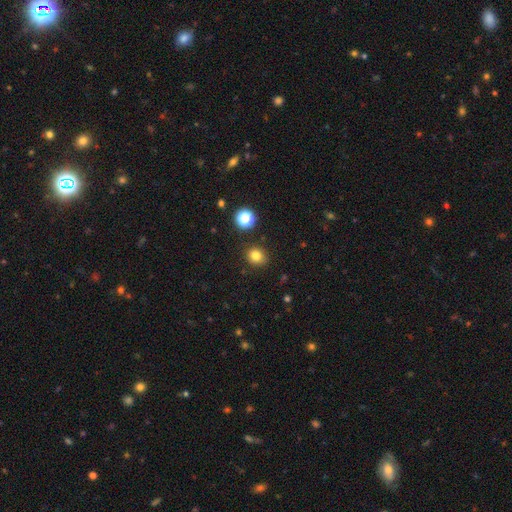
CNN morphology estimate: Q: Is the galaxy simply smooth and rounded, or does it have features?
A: smooth — 80%.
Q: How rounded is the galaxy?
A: round — 73%.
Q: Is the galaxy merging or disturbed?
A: none — 88%.